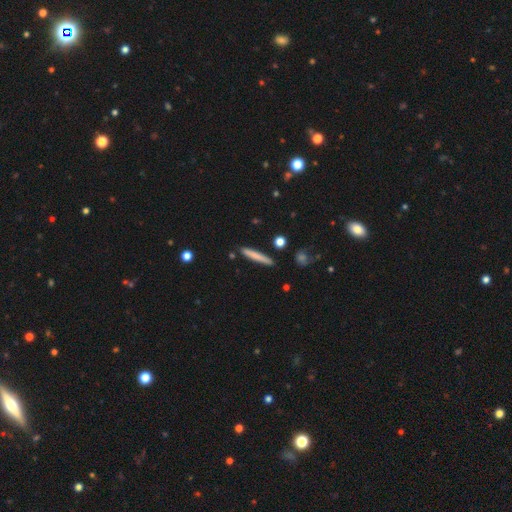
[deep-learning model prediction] smooth_or_featured: smooth (p=0.74) [alt: featured or disk p=0.20]
how_rounded: cigar-shaped (p=0.95) [alt: in between p=0.04]
merging: none (p=0.87) [alt: minor disturbance p=0.09]